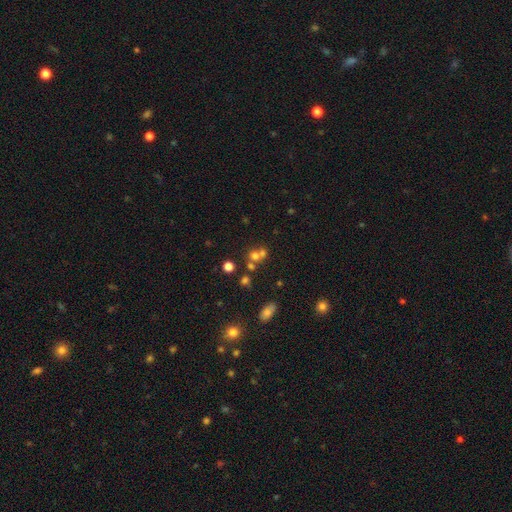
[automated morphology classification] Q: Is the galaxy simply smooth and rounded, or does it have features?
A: smooth — 62%.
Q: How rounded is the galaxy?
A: round — 78%.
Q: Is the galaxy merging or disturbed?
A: merger — 49%.